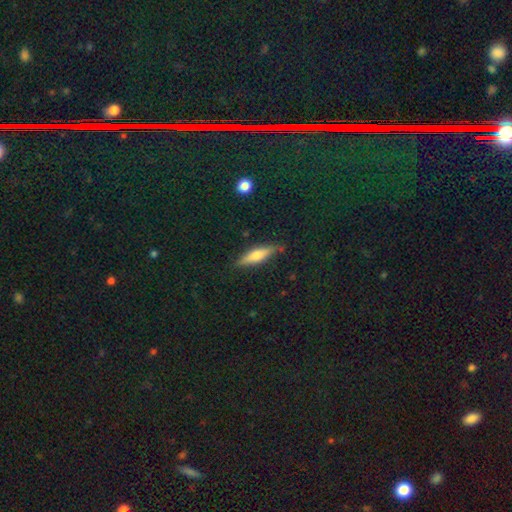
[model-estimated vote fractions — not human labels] smooth 56%, featured or disk 36%, star or artifact 8%. Down the decision tree: how rounded — cigar-shaped (67%); merging — none (84%).